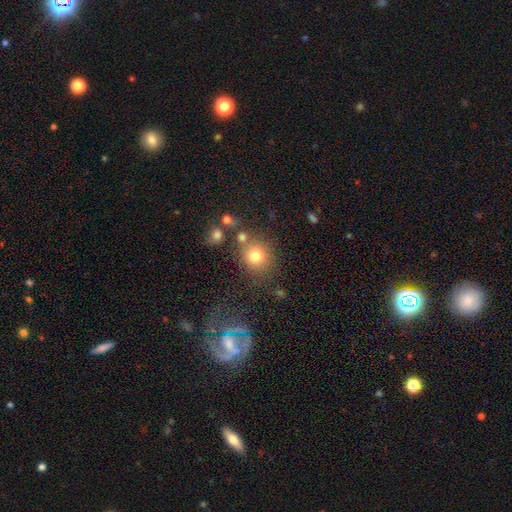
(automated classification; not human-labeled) smooth_or_featured: smooth (p=0.79) [alt: star or artifact p=0.12]
how_rounded: round (p=0.84) [alt: in between p=0.15]
merging: none (p=0.68) [alt: merger p=0.14]